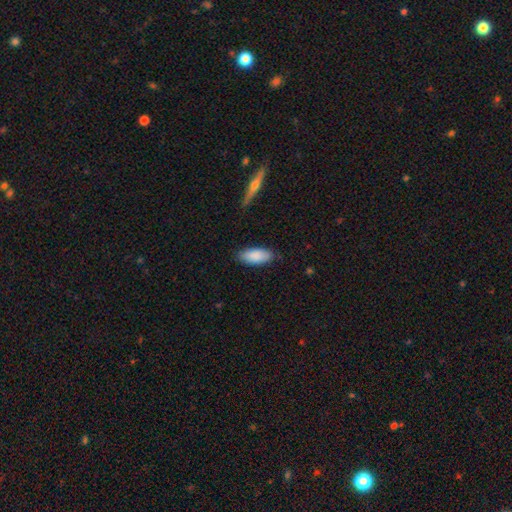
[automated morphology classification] Smooth or featured? smooth (88%)
How rounded? in between (86%)
Merging? none (83%)